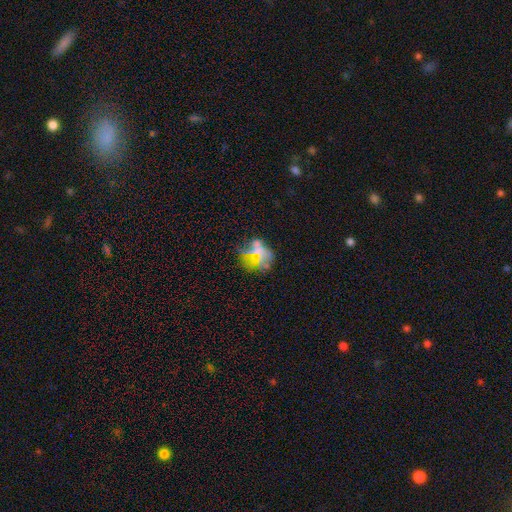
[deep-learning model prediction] smooth 44%, star or artifact 34%, featured or disk 21%. Down the decision tree: merging — none (62%).